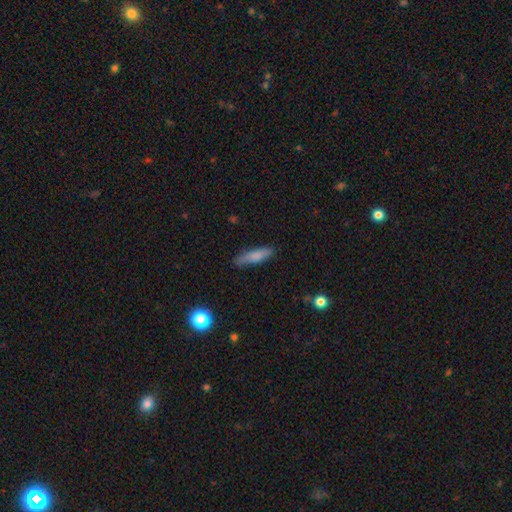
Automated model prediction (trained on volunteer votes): A smooth galaxy with no disk features (78%) that is cigar-shaped (71%).

Vote fractions:
- Smooth or featured? smooth: 78% / featured or disk: 15% / star or artifact: 7%
- How rounded? cigar-shaped: 71% / in between: 27% / round: 2%
- Merging? none: 80% / minor disturbance: 15% / major disturbance: 3% / merger: 2%